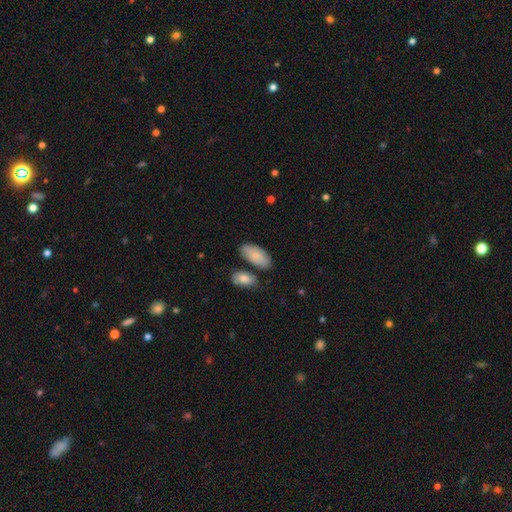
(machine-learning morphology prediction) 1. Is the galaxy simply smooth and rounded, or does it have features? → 84% smooth, 10% featured or disk, 5% star or artifact.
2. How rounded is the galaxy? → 93% in between, 5% cigar-shaped, 2% round.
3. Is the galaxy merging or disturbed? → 70% none, 15% minor disturbance, 11% merger, 4% major disturbance.